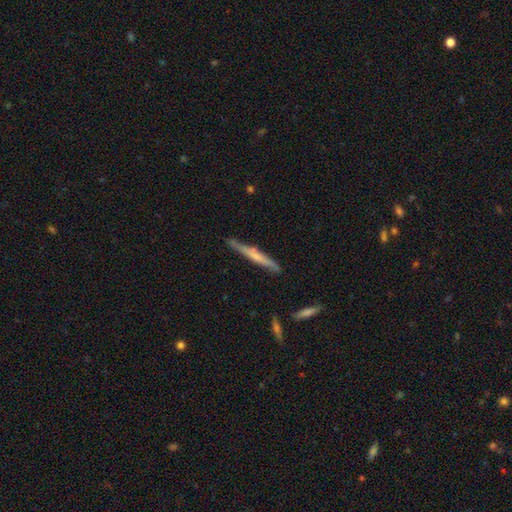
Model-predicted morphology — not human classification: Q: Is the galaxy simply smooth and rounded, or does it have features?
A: featured or disk — 52%.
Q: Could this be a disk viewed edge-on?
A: yes — 95%.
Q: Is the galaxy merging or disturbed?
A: none — 79%.